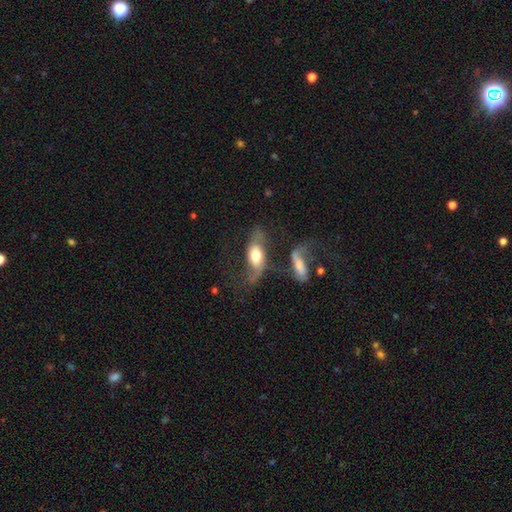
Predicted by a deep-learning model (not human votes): smooth_or_featured: smooth (p=0.47) [alt: featured or disk p=0.46]
merging: none (p=0.30) [alt: merger p=0.26]